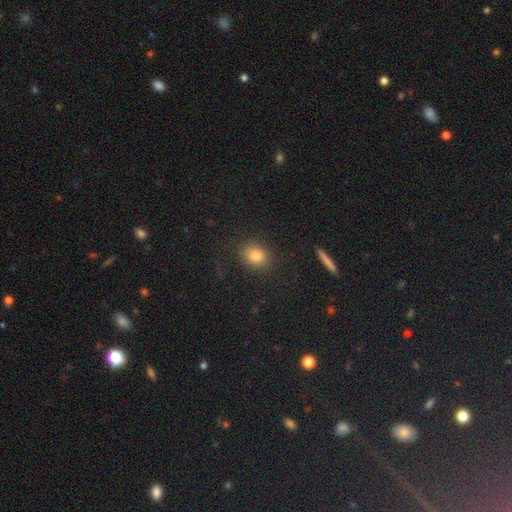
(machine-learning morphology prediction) Smooth or featured? smooth (81%)
How rounded? round (61%)
Merging? none (87%)